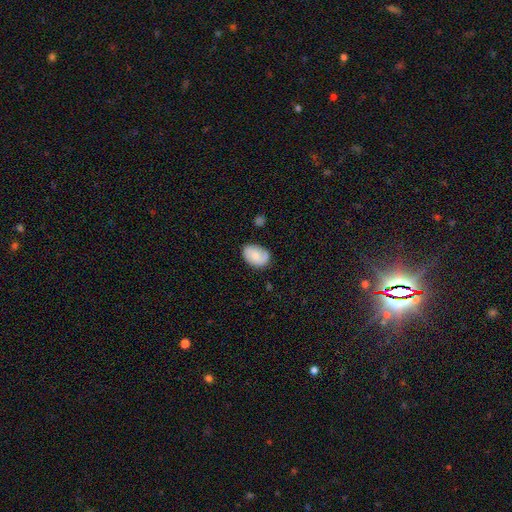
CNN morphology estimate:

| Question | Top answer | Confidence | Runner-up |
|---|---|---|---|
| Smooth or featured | smooth | 64% | featured or disk (29%) |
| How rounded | in between | 78% | round (21%) |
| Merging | none | 71% | minor disturbance (22%) |